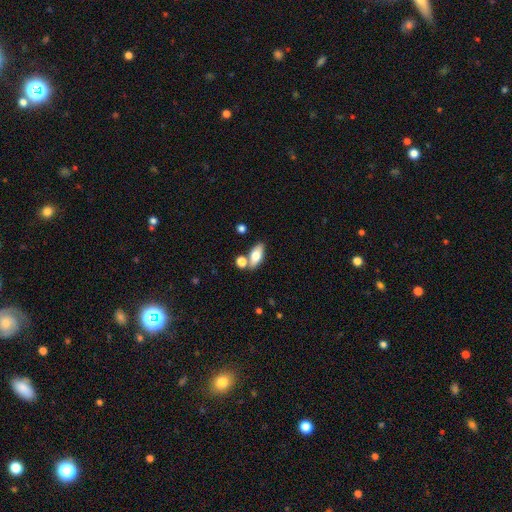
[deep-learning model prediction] Overall: smooth (73%). How rounded: in between (82%). Merging: none (66%).